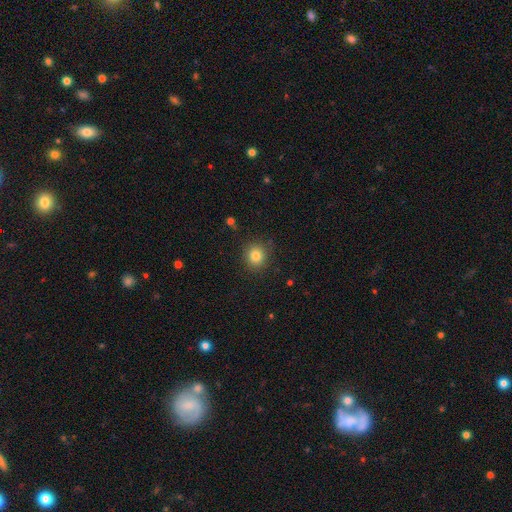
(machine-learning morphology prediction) The model was most divided on "smooth or featured": smooth: 82%, star or artifact: 12%, featured or disk: 7%. More confident: merging — none (87%); how rounded — round (85%).